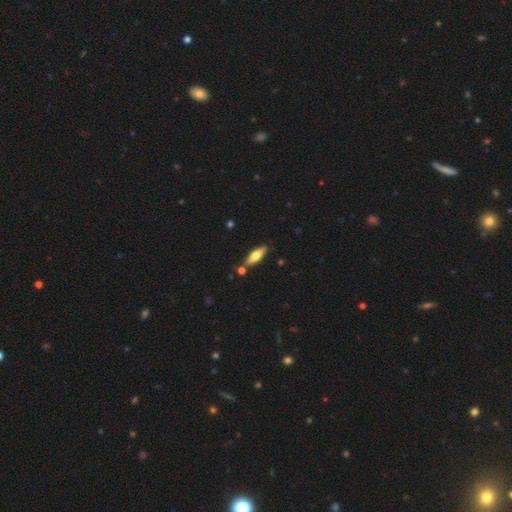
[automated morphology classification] Smooth or featured? smooth (60%)
How rounded? in between (51%)
Merging? none (79%)